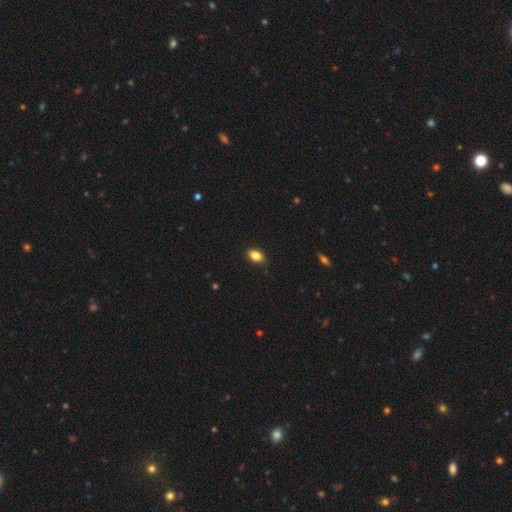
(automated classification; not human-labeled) A smooth galaxy with no disk features (85%) that is in between round and cigar-shaped (87%).

Vote fractions:
- Smooth or featured? smooth: 85% / star or artifact: 9% / featured or disk: 6%
- How rounded? in between: 87% / round: 11% / cigar-shaped: 2%
- Merging? none: 87% / minor disturbance: 10% / major disturbance: 2% / merger: 1%